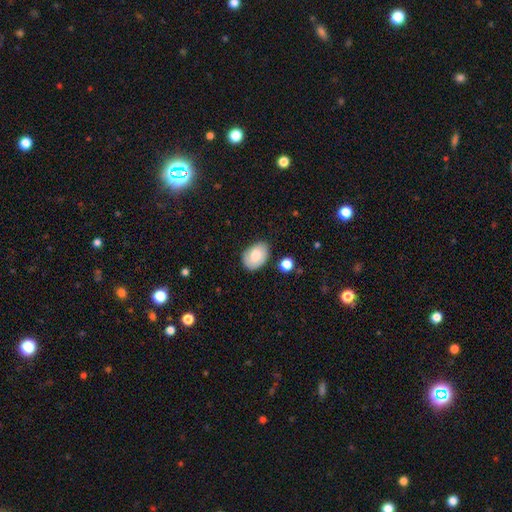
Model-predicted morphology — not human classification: smooth_or_featured: smooth (p=0.75) [alt: featured or disk p=0.18]
how_rounded: in between (p=0.80) [alt: round p=0.19]
merging: none (p=0.74) [alt: minor disturbance p=0.19]